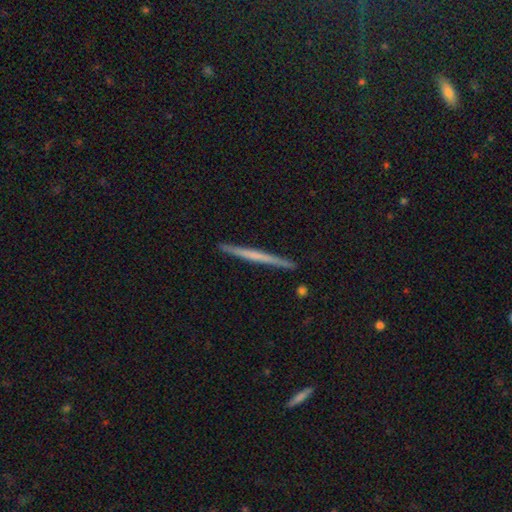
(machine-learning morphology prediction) Smooth or featured: featured or disk — 55% (smooth — 39%)
Edge-on disk: yes — 98% (no — 2%)
Edge-on bulge: none — 83% (rounded — 11%)
Merging: none — 92% (minor disturbance — 6%)